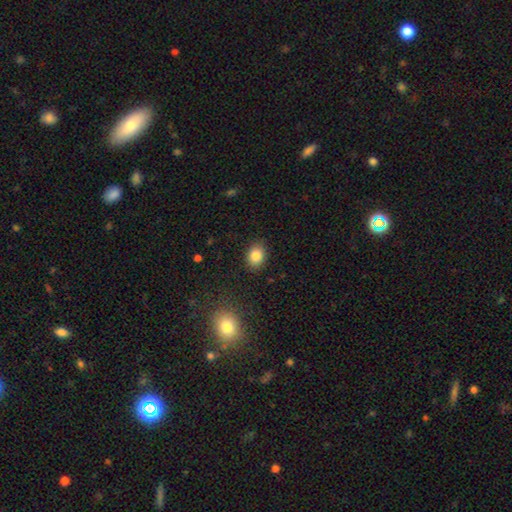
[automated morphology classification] A smooth galaxy with no disk features (85%) that is in between round and cigar-shaped (64%). Merging: none (87%).